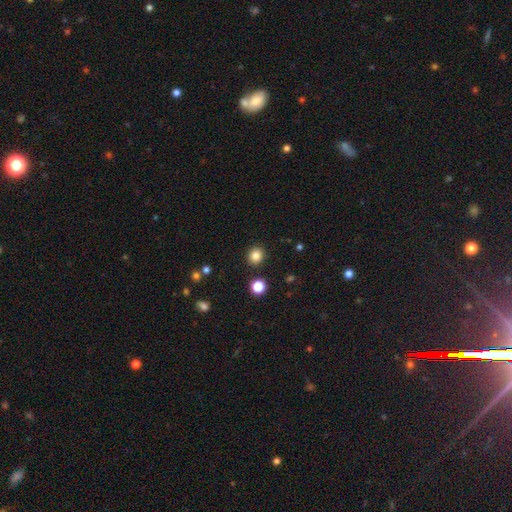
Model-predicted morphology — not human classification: This is clearly a smooth galaxy (84%). How rounded: clearly round (86%). Merging: clearly none (90%).